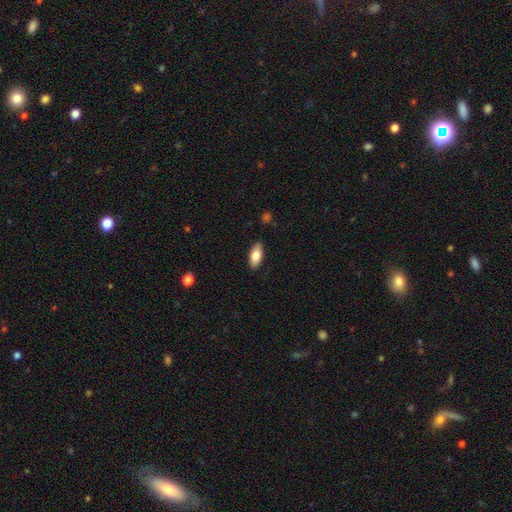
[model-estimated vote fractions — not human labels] smooth-or-featured: smooth: 82% | featured or disk: 11% | star or artifact: 6%
  how-rounded: in between: 88% | cigar-shaped: 9% | round: 2%
  merging: none: 87% | minor disturbance: 10% | major disturbance: 2% | merger: 1%